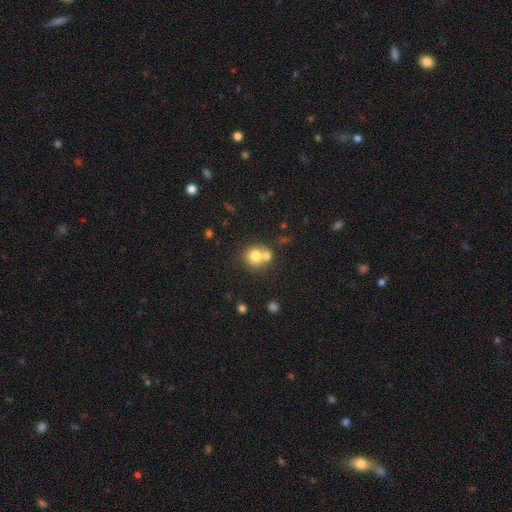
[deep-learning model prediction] Morphology: type=smooth (75%); roundness=round (85%); merging=merger (46%).